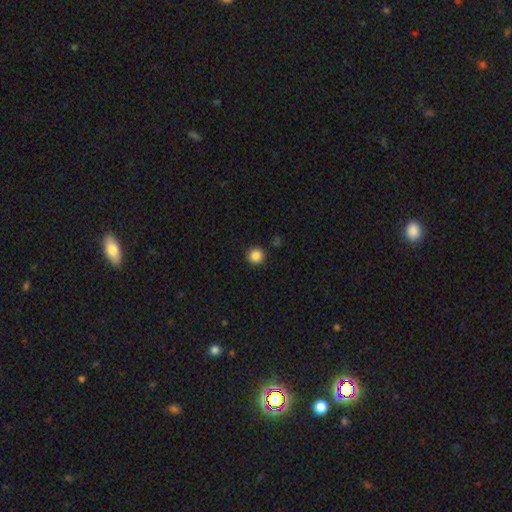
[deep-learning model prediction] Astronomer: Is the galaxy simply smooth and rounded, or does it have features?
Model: smooth — 86%.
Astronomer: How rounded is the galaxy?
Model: round — 95%.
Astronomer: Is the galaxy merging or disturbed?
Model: none — 92%.